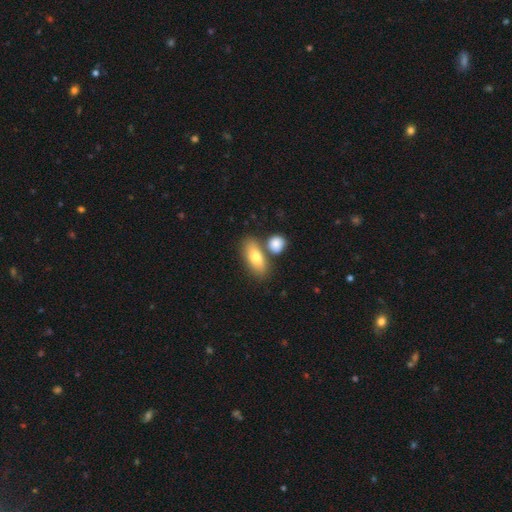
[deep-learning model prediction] Smooth or featured?
  - smooth: 75% *
  - featured or disk: 19%
  - star or artifact: 6%
How rounded?
  - in between: 79% *
  - cigar-shaped: 15%
  - round: 7%
Merging?
  - none: 61% *
  - merger: 25%
  - minor disturbance: 11%
  - major disturbance: 3%